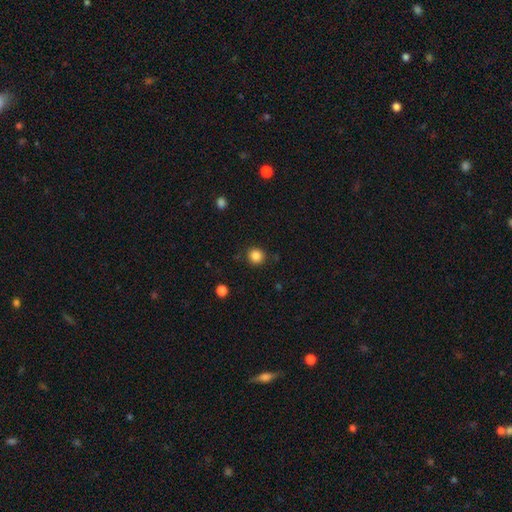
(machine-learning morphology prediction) Smooth or featured?
  - smooth: 86% *
  - star or artifact: 11%
  - featured or disk: 3%
How rounded?
  - round: 92% *
  - in between: 8%
  - cigar-shaped: 1%
Merging?
  - none: 88% *
  - minor disturbance: 7%
  - major disturbance: 2%
  - merger: 2%